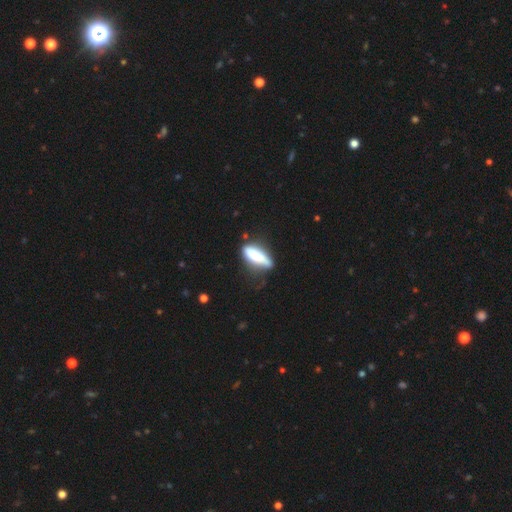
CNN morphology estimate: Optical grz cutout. It shows a smooth galaxy with no disk features (71%) that is cigar-shaped (52%). Merging: none (54%).